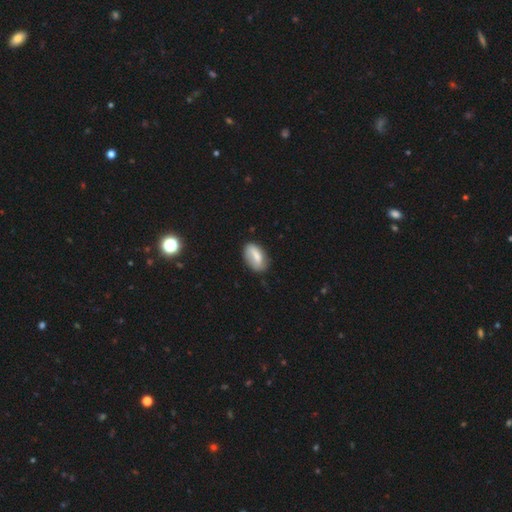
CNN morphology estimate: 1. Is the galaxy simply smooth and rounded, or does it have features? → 69% smooth, 24% featured or disk, 7% star or artifact.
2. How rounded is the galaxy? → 90% in between, 5% round, 5% cigar-shaped.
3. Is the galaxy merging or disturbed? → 69% none, 23% minor disturbance, 6% major disturbance, 2% merger.